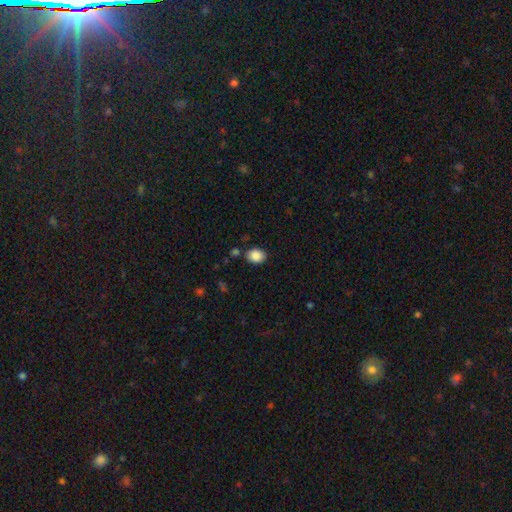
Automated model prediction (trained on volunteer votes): smooth 88%, star or artifact 8%, featured or disk 4%. Down the decision tree: how rounded — in between (57%); merging — none (81%).